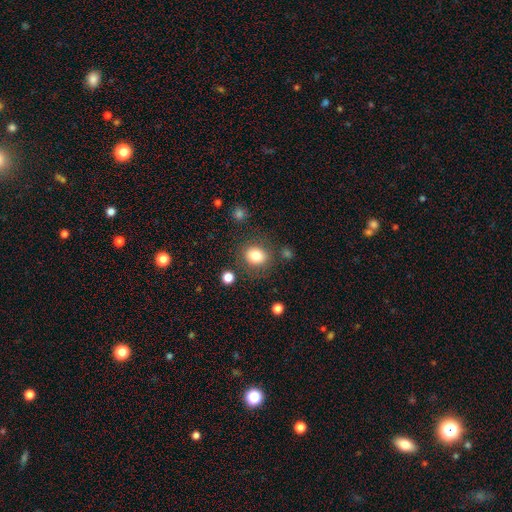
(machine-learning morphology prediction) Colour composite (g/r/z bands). It shows a smooth galaxy with no disk features (81%) that is round (68%). Merging: none (79%).